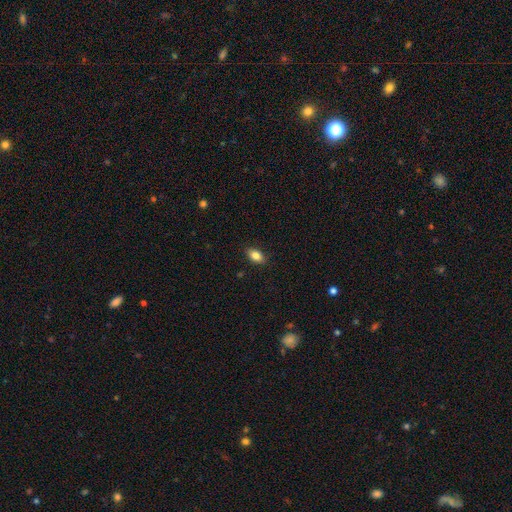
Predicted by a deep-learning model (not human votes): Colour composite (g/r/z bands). It shows a smooth galaxy with no disk features (84%) that is in between round and cigar-shaped (88%). Merging: none (87%).